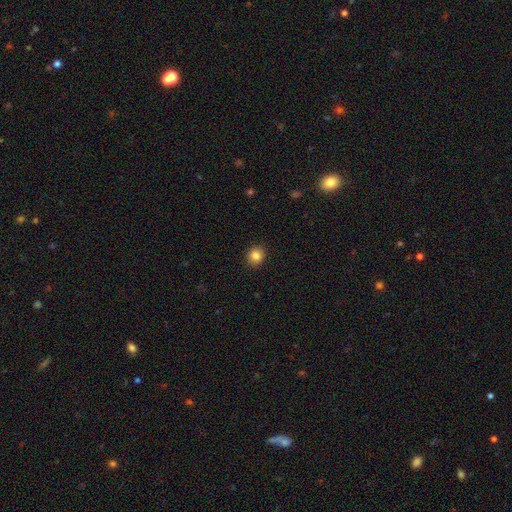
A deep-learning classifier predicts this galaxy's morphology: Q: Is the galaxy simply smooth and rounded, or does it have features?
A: smooth — 85%.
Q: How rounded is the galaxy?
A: round — 81%.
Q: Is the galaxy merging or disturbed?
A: none — 91%.